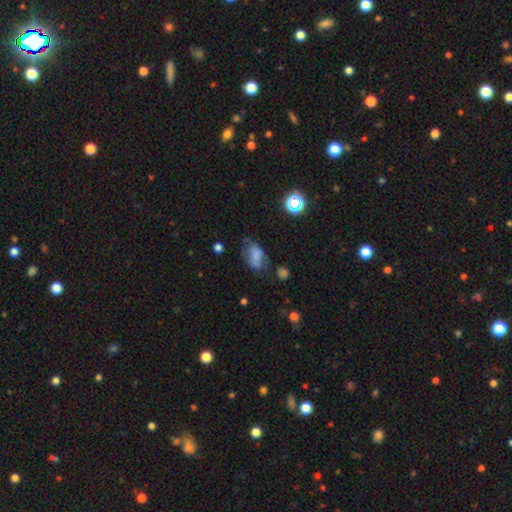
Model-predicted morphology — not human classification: smooth-or-featured: smooth: 61% | featured or disk: 26% | star or artifact: 13%
  how-rounded: in between: 86% | round: 11% | cigar-shaped: 3%
  merging: none: 41% | minor disturbance: 30% | major disturbance: 24% | merger: 5%